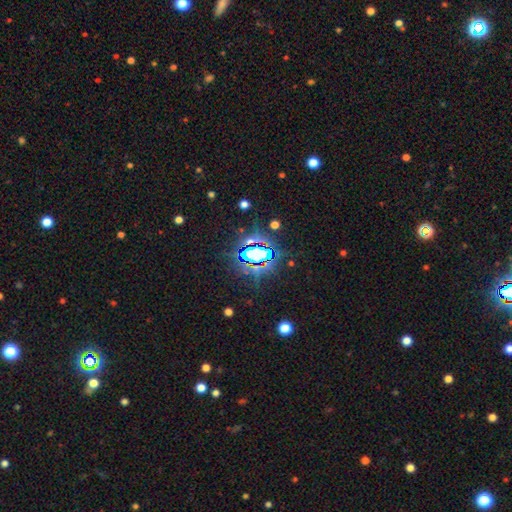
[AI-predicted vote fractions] Smooth or featured?
  - star or artifact: 74% *
  - smooth: 15%
  - featured or disk: 11%